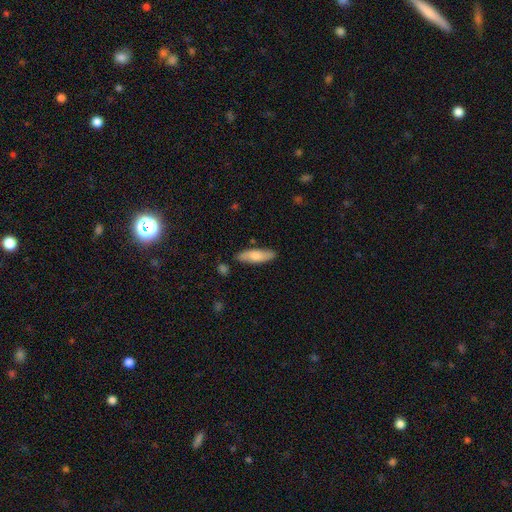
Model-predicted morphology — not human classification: Overall: smooth (75%). How rounded: cigar-shaped (52%; in between 46%). Merging: none (83%).